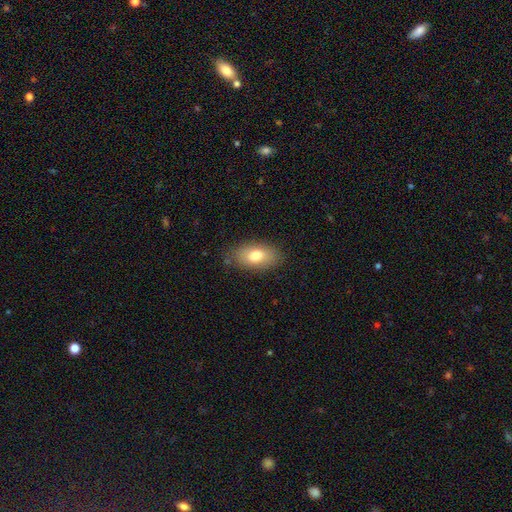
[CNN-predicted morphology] Smooth or featured?
  - smooth: 78% *
  - featured or disk: 15%
  - star or artifact: 7%
How rounded?
  - in between: 91% *
  - round: 5%
  - cigar-shaped: 4%
Merging?
  - none: 83% *
  - minor disturbance: 12%
  - major disturbance: 3%
  - merger: 1%